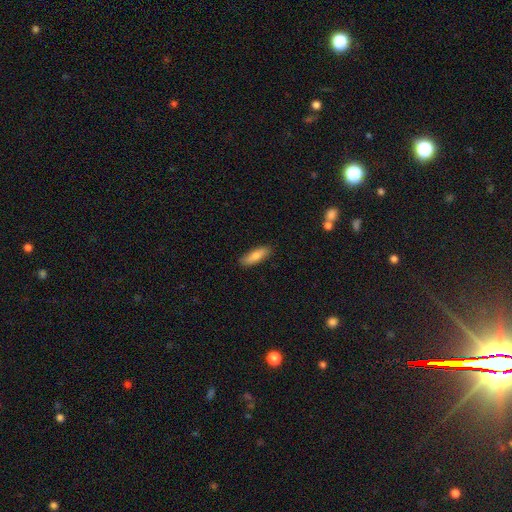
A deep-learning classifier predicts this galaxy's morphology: Q: Smooth or featured?
A: smooth (80%); runner-up: featured or disk (14%)
Q: How rounded?
A: in between (49%); tied with: cigar-shaped (49%)
Q: Merging?
A: none (87%); runner-up: minor disturbance (10%)